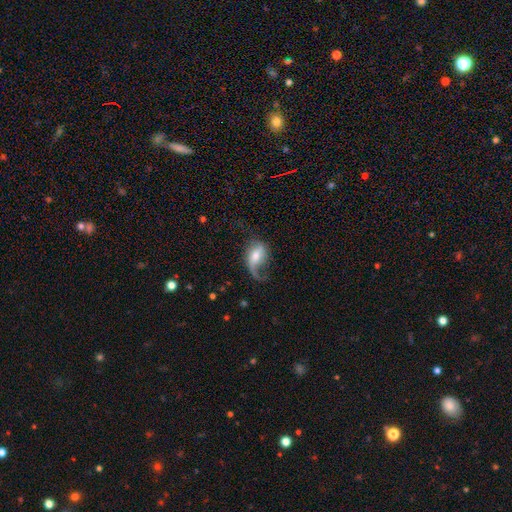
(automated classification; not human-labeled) A featured or disk galaxy (60%) with a weak bar (40%), spiral arms (85%) and a moderate central bulge (54%). Merging: major disturbance (37%, tied with none).